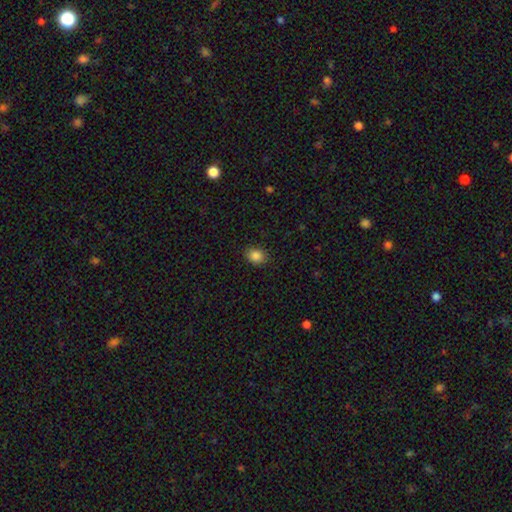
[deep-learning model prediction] Overall: smooth (86%). How rounded: in between (58%; round 41%). Merging: none (88%).